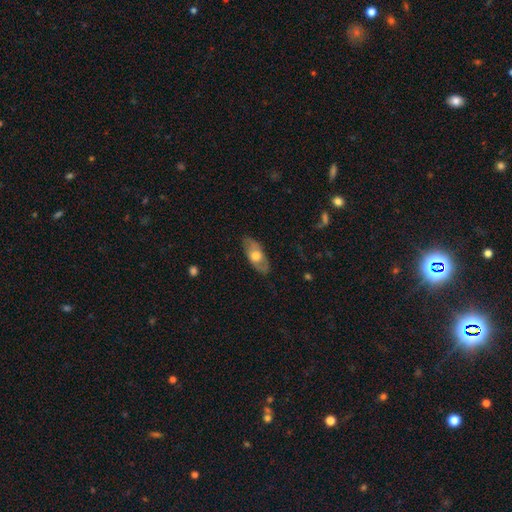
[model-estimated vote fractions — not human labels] Q: Smooth or featured?
A: smooth (54%); runner-up: featured or disk (41%)
Q: How rounded?
A: in between (87%); runner-up: cigar-shaped (9%)
Q: Merging?
A: none (81%); runner-up: minor disturbance (15%)